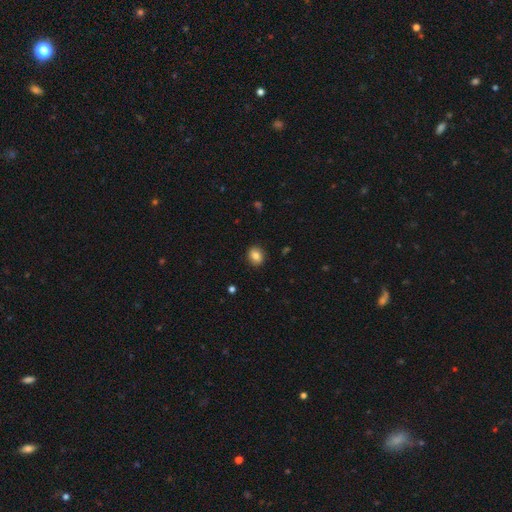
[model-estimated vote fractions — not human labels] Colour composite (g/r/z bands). It shows a smooth galaxy with no disk features (83%) that is round (66%). Merging: none (90%).